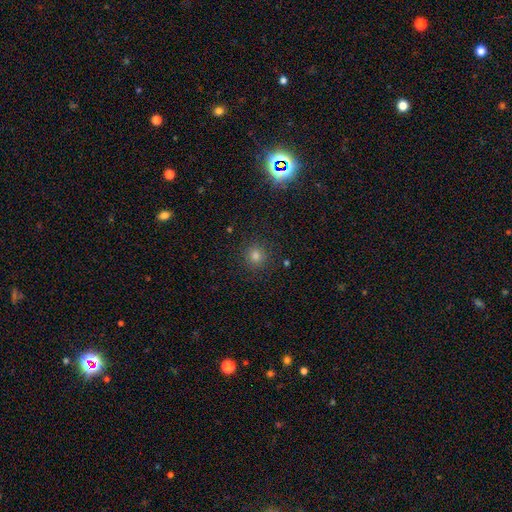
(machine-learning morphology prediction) smooth_or_featured: smooth (p=0.73) [alt: star or artifact p=0.22]
how_rounded: round (p=0.93) [alt: in between p=0.06]
merging: none (p=0.90) [alt: minor disturbance p=0.06]